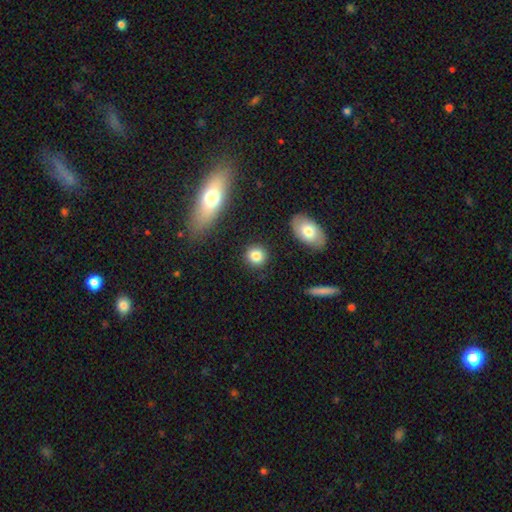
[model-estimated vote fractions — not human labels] This is clearly a smooth galaxy (84%). How rounded: clearly round (84%). Merging: clearly none (87%).